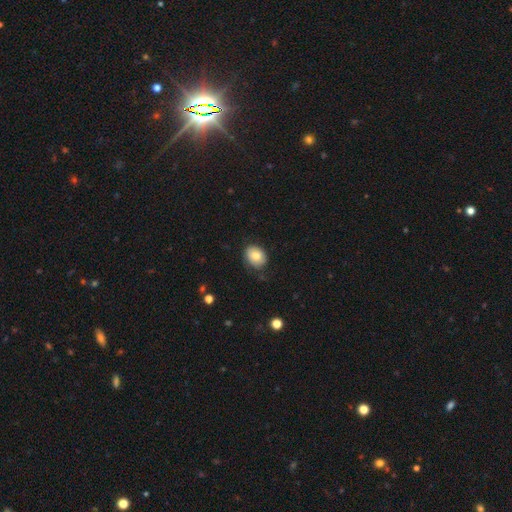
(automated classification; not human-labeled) smooth_or_featured: smooth (p=0.79) [alt: featured or disk p=0.13]
how_rounded: in between (p=0.54) [alt: round p=0.45]
merging: none (p=0.74) [alt: minor disturbance p=0.20]